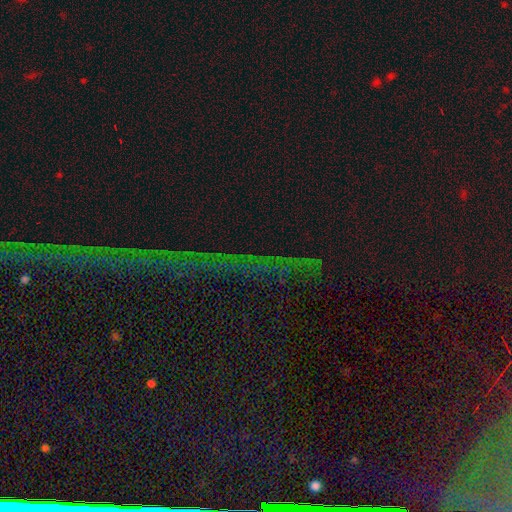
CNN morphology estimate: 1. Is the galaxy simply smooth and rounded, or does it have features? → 79% star or artifact, 12% featured or disk, 10% smooth.